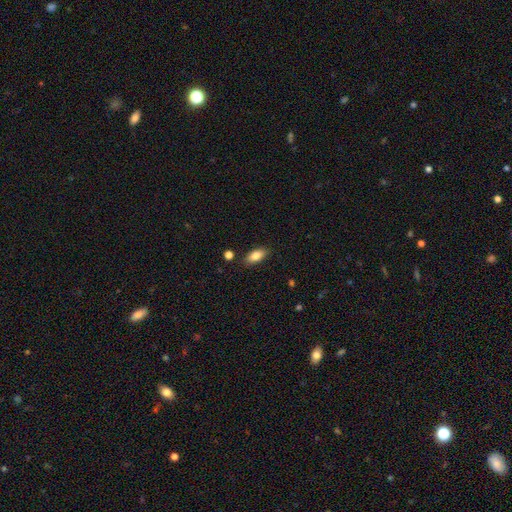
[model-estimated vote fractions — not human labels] This is clearly a smooth galaxy (83%). How rounded: clearly in between (87%). Merging: clearly none (85%).